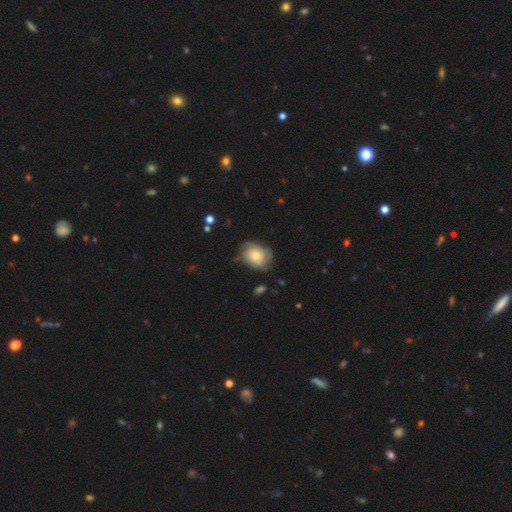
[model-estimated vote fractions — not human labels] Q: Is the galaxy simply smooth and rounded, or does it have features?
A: featured or disk — 50%.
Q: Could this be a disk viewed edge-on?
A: no — 96%.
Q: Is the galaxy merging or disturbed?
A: none — 56%.